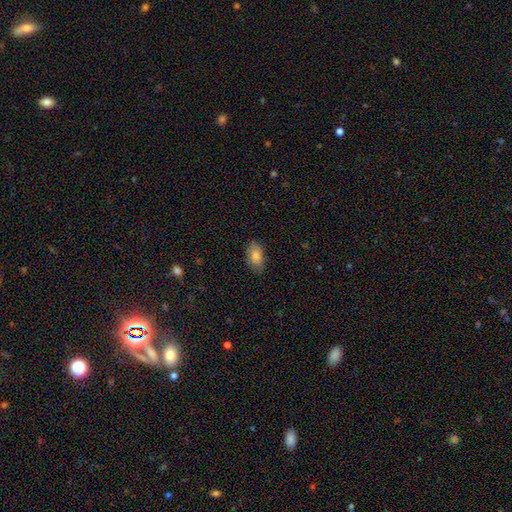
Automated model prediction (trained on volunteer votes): smooth 81%, featured or disk 11%, star or artifact 8%. Down the decision tree: how rounded — in between (91%); merging — none (84%).